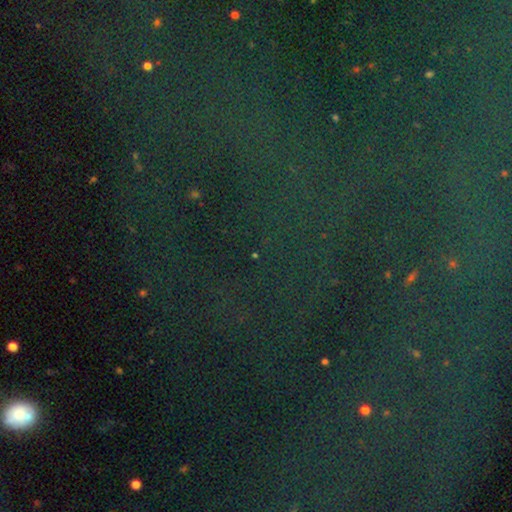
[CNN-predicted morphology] Q: Smooth or featured?
A: star or artifact (76%); runner-up: smooth (15%)